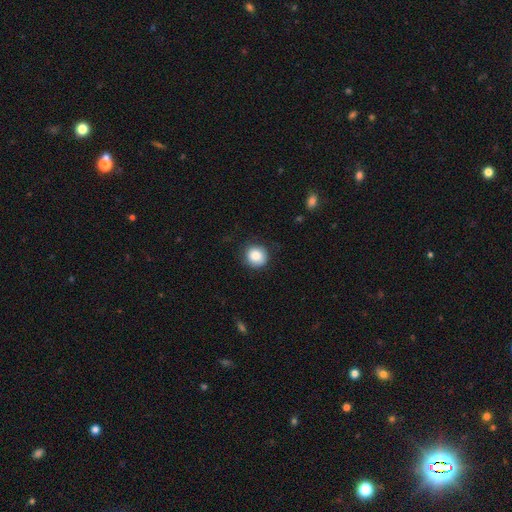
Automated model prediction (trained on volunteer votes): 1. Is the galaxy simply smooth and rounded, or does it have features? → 86% smooth, 9% star or artifact, 6% featured or disk.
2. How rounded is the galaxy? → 89% round, 10% in between, 1% cigar-shaped.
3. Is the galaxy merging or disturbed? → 82% none, 13% minor disturbance, 3% major disturbance, 1% merger.